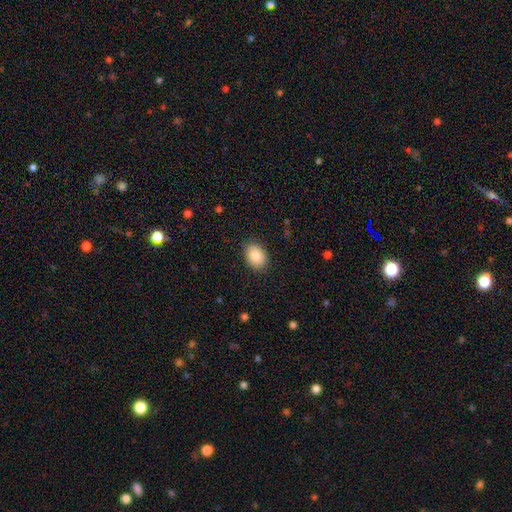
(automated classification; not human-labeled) A smooth galaxy with no disk features (87%) that is in between round and cigar-shaped (75%). Merging: none (87%).